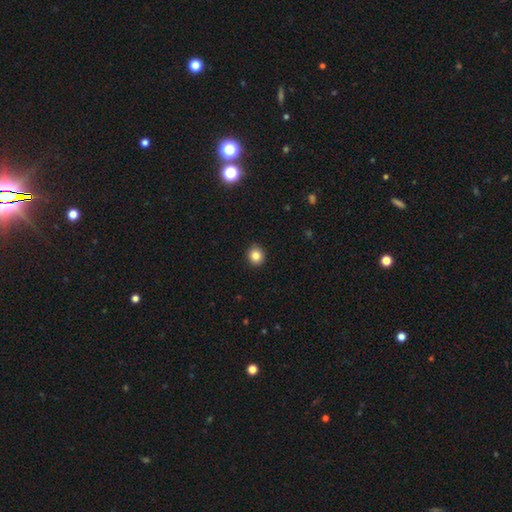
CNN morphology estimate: Smooth or featured: smooth — 84% (star or artifact — 10%)
How rounded: round — 88% (in between — 11%)
Merging: none — 91% (minor disturbance — 6%)